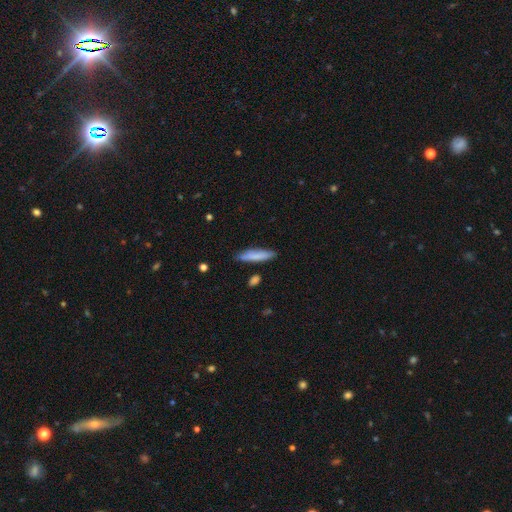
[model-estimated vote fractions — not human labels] Smooth or featured?
  - smooth: 78% *
  - featured or disk: 16%
  - star or artifact: 6%
How rounded?
  - cigar-shaped: 81% *
  - in between: 17%
  - round: 2%
Merging?
  - none: 82% *
  - minor disturbance: 13%
  - merger: 3%
  - major disturbance: 2%